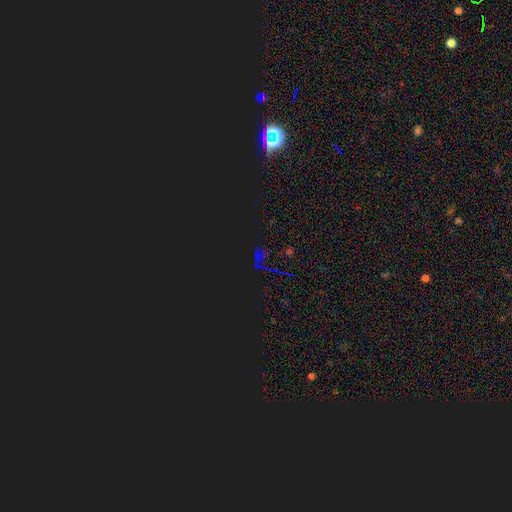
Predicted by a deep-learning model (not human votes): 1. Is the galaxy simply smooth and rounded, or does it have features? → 82% star or artifact, 12% smooth, 6% featured or disk.